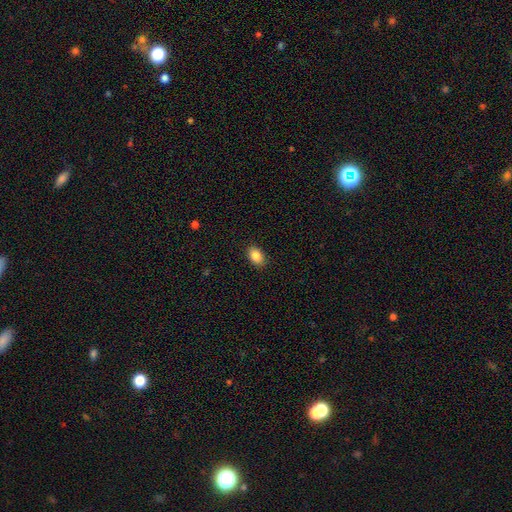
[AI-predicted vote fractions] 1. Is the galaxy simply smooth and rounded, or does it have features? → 86% smooth, 8% star or artifact, 5% featured or disk.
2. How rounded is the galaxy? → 85% in between, 13% round, 1% cigar-shaped.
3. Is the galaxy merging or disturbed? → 89% none, 8% minor disturbance, 2% major disturbance, 1% merger.